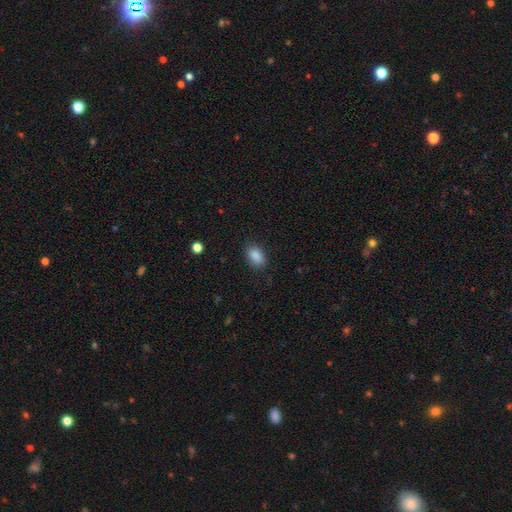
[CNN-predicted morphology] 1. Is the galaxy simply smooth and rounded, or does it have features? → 88% smooth, 8% star or artifact, 4% featured or disk.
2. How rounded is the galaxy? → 88% in between, 10% round, 2% cigar-shaped.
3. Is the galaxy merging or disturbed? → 85% none, 11% minor disturbance, 3% major disturbance, 1% merger.